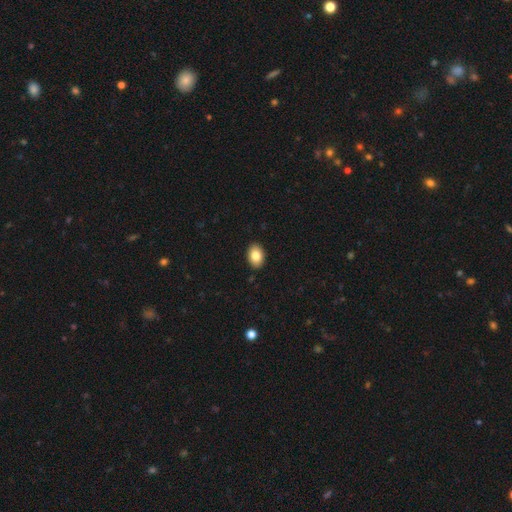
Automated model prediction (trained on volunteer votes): Smooth or featured? smooth (83%)
How rounded? in between (85%)
Merging? none (90%)